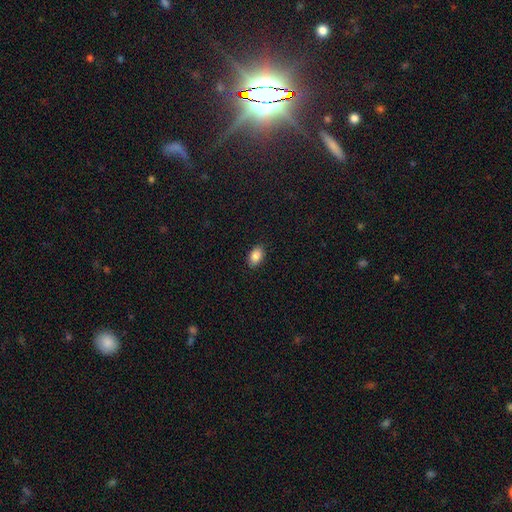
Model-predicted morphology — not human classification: A smooth galaxy with no disk features (88%) that is in between round and cigar-shaped (90%).

Vote fractions:
- Smooth or featured? smooth: 88% / star or artifact: 8% / featured or disk: 4%
- How rounded? in between: 90% / round: 9% / cigar-shaped: 1%
- Merging? none: 90% / minor disturbance: 8% / major disturbance: 2% / merger: 1%